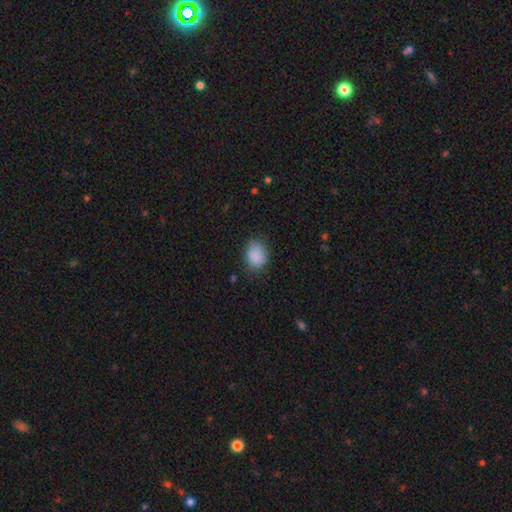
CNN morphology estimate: This is clearly a smooth galaxy (87%). How rounded: possibly in between (59%). Merging: likely none (75%).